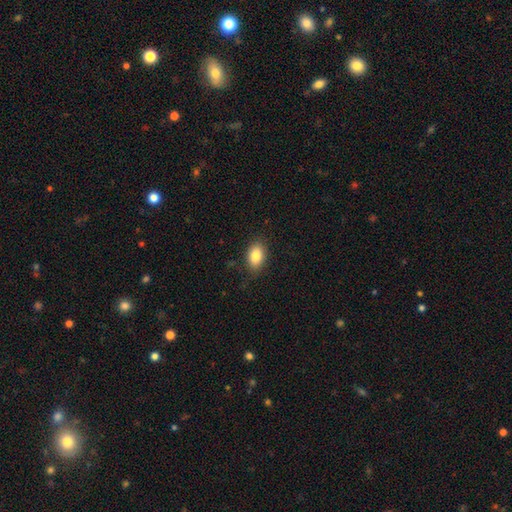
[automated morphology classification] Smooth or featured? Predicted: smooth (p=0.84). How rounded? Predicted: in between (p=0.87). Merging? Predicted: none (p=0.84).